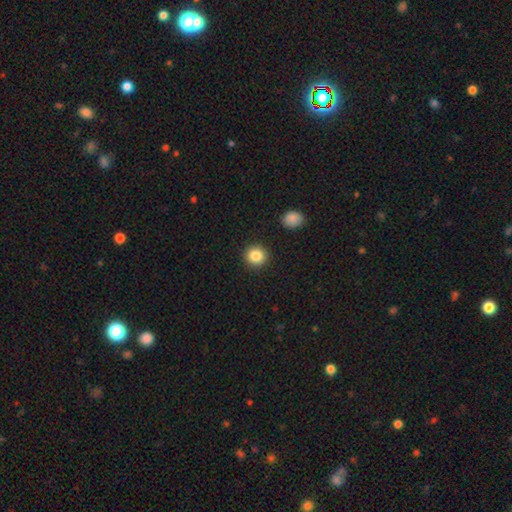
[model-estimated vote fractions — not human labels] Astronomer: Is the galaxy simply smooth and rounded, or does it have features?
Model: smooth — 86%.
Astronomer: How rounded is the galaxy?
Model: round — 90%.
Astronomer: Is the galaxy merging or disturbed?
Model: none — 91%.